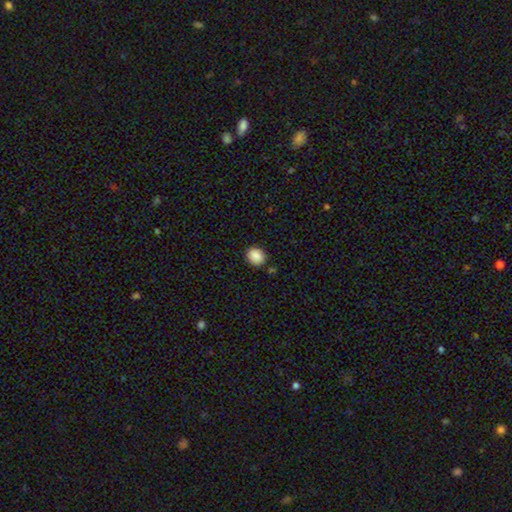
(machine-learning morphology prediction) smooth 88%, star or artifact 8%, featured or disk 3%. Down the decision tree: how rounded — round (63%); merging — none (86%).